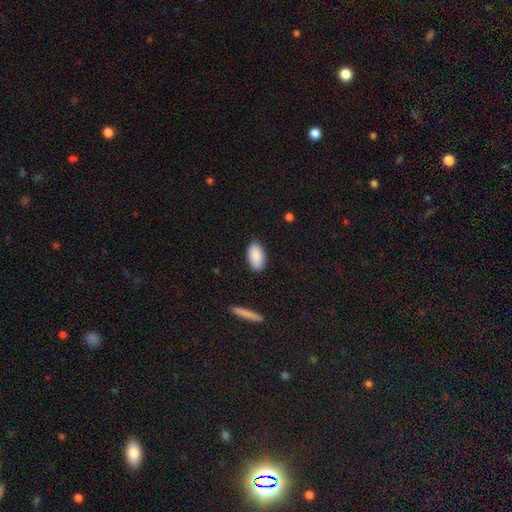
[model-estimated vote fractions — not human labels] This is clearly a smooth galaxy (89%). How rounded: clearly in between (94%). Merging: clearly none (85%).